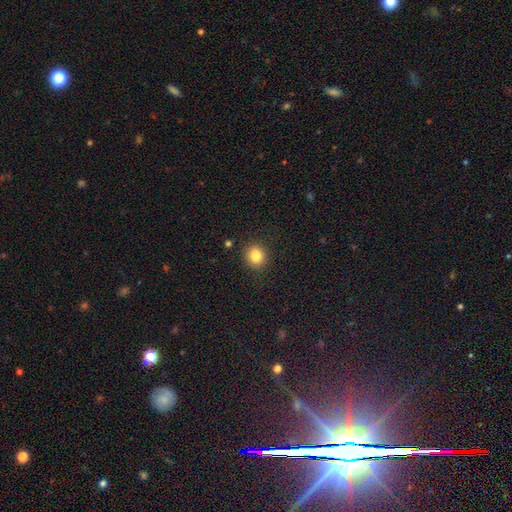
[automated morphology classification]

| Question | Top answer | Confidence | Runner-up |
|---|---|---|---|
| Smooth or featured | smooth | 83% | star or artifact (11%) |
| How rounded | round | 81% | in between (18%) |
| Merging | none | 90% | minor disturbance (7%) |